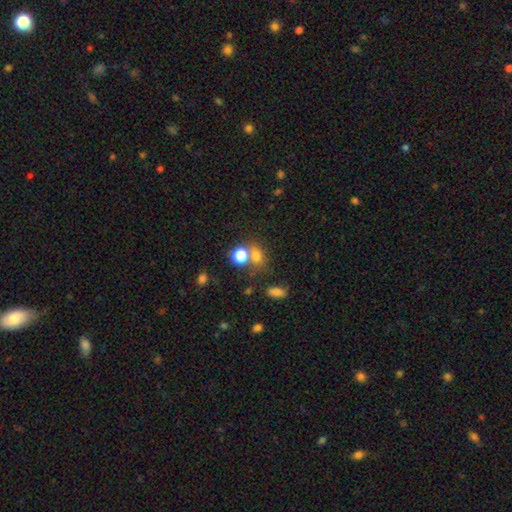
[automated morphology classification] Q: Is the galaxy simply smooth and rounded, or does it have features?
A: smooth — 71%.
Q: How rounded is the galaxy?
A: round — 58%.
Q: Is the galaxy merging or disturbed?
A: none — 51%.